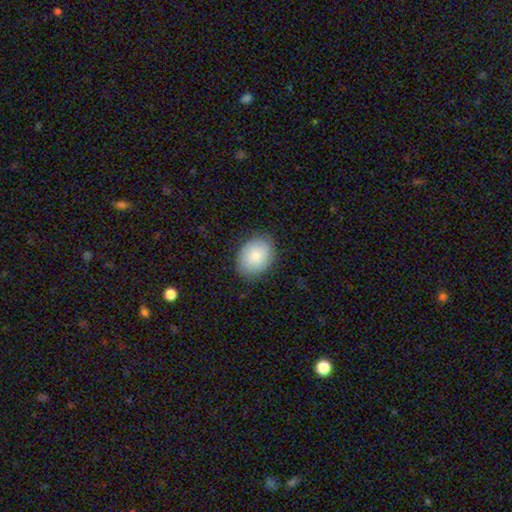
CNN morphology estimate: Smooth or featured: smooth — 82% (featured or disk — 12%)
How rounded: in between — 58% (round — 41%)
Merging: none — 82% (minor disturbance — 14%)